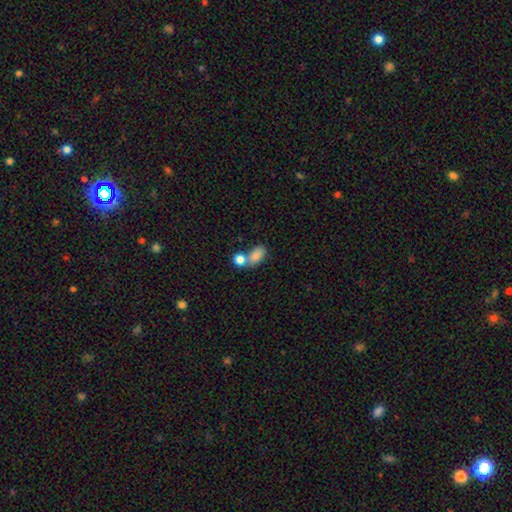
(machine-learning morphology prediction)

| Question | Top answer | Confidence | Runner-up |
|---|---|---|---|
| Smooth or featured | smooth | 82% | star or artifact (9%) |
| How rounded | in between | 82% | round (15%) |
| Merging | merger | 44% | none (39%) |